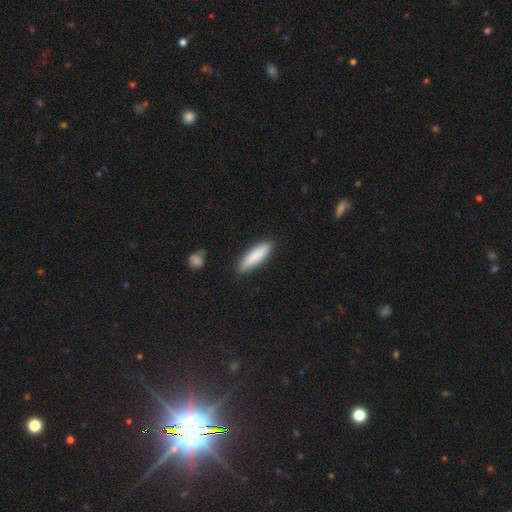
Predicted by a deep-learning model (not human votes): smooth-or-featured: smooth: 85% | featured or disk: 9% | star or artifact: 5%
  how-rounded: cigar-shaped: 69% | in between: 30% | round: 1%
  merging: none: 86% | minor disturbance: 10% | major disturbance: 2% | merger: 2%